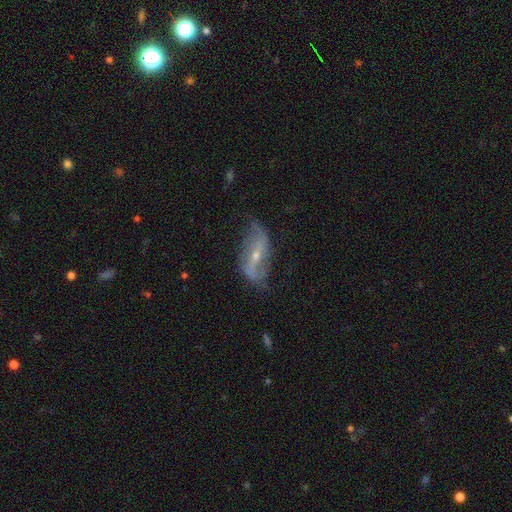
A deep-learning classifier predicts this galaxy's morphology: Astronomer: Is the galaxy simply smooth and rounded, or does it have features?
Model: featured or disk — 81%.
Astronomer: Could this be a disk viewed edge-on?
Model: no — 90%.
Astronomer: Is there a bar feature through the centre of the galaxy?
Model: strong — 46% (runner-up: weak, 33%).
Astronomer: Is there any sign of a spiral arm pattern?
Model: yes — 88%.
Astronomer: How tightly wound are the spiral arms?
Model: loose — 74%.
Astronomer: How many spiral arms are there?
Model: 2 — 86%.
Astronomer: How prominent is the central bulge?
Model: small — 64%.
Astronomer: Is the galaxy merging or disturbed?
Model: none — 61%.